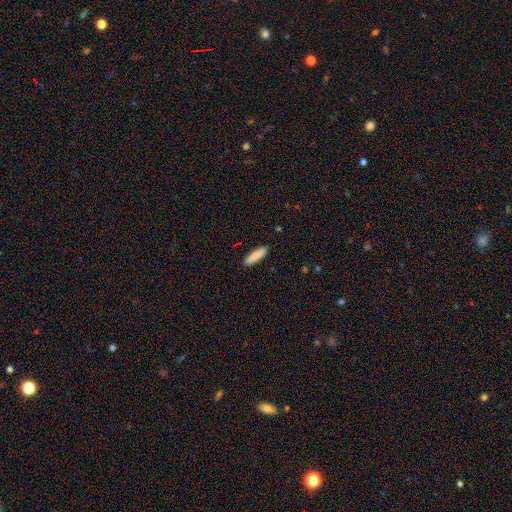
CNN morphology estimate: Smooth or featured? smooth (87%)
How rounded? cigar-shaped (72%)
Merging? none (90%)